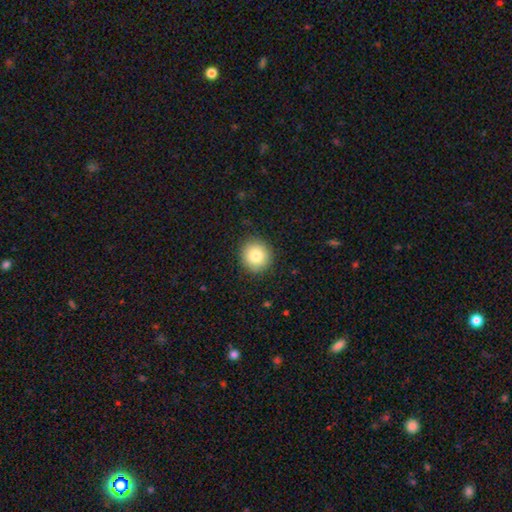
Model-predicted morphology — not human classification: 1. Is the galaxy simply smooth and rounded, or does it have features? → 84% smooth, 9% star or artifact, 7% featured or disk.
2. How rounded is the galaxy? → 92% round, 8% in between, 1% cigar-shaped.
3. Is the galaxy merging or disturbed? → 90% none, 7% minor disturbance, 2% major disturbance, 1% merger.